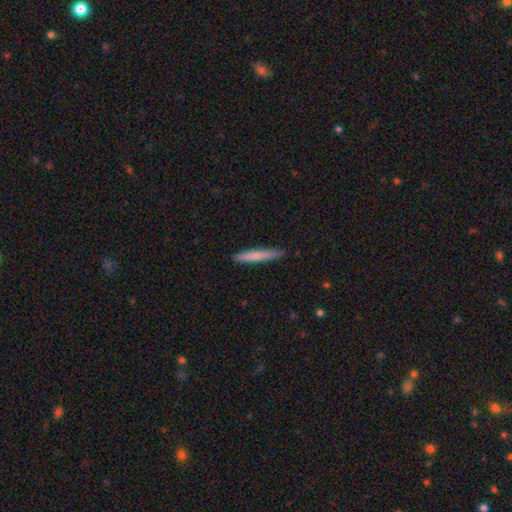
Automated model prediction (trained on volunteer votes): This appears to be a smooth galaxy with no disk features (72%) that is cigar-shaped (95%). Merging: none (89%).